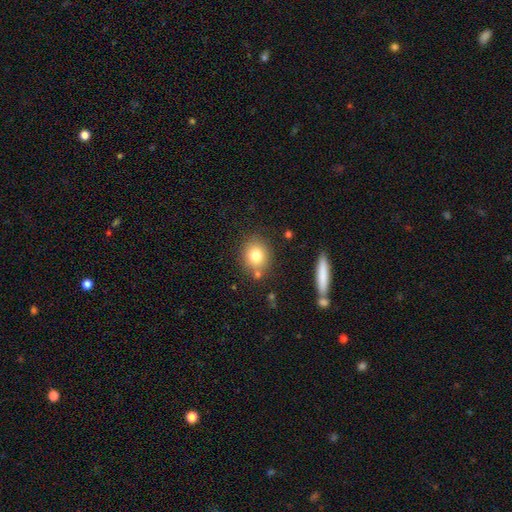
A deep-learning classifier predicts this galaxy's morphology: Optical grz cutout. It shows a smooth galaxy with no disk features (80%) that is round (72%). Merging: none (76%).